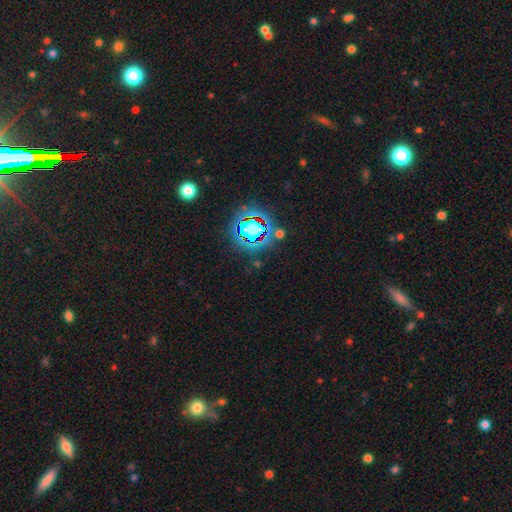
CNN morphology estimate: smooth-or-featured: star or artifact: 78% | smooth: 13% | featured or disk: 8%